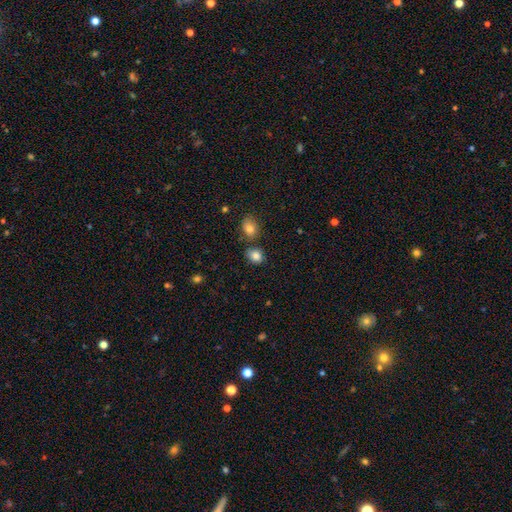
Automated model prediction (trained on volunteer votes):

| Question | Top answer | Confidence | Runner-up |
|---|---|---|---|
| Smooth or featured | smooth | 84% | star or artifact (10%) |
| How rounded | round | 50% | in between (49%) |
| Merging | none | 69% | merger (14%) |